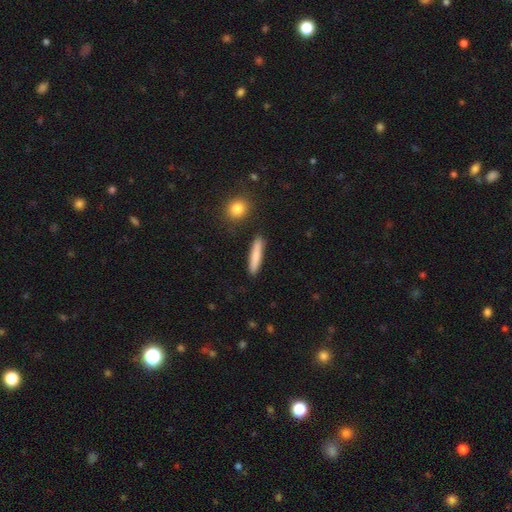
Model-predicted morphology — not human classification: smooth-or-featured: smooth: 80% | featured or disk: 14% | star or artifact: 6%
  how-rounded: cigar-shaped: 89% | in between: 10% | round: 2%
  merging: none: 89% | minor disturbance: 7% | merger: 2% | major disturbance: 2%